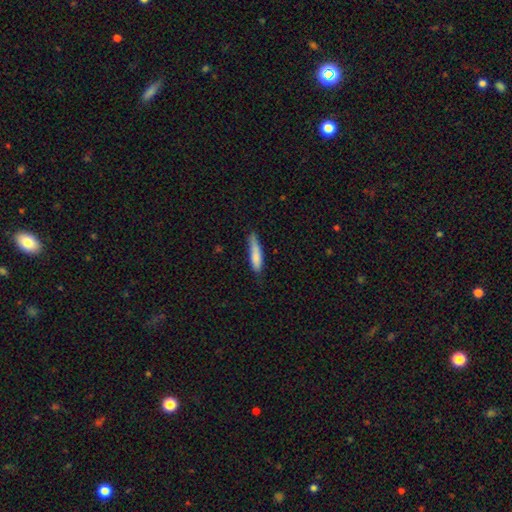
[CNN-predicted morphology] Smooth or featured: smooth — 81% (featured or disk — 13%)
How rounded: cigar-shaped — 80% (in between — 18%)
Merging: none — 64% (minor disturbance — 28%)